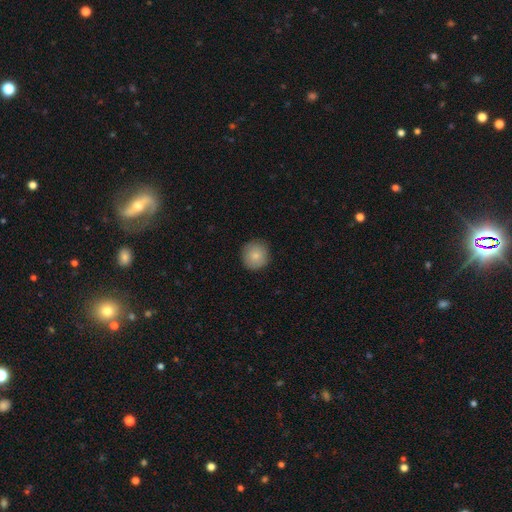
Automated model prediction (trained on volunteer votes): Smooth or featured? smooth (84%)
How rounded? round (93%)
Merging? none (89%)